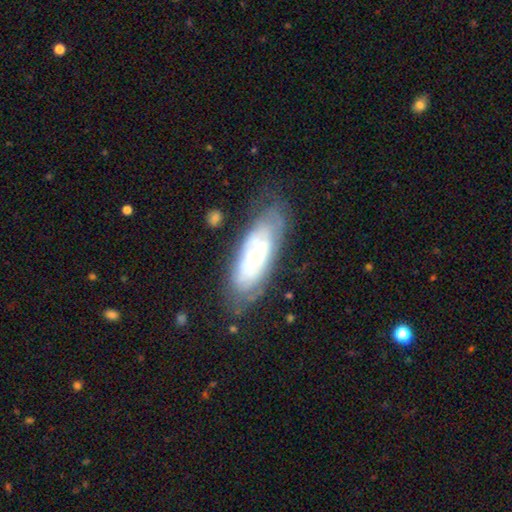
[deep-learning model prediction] smooth_or_featured: featured or disk (p=0.68) [alt: smooth p=0.26]
disk_edge_on: no (p=0.86) [alt: yes p=0.14]
bar: no (p=0.77) [alt: weak p=0.17]
has_spiral_arms: yes (p=0.62) [alt: no p=0.38]
bulge_size: moderate (p=0.49) [alt: small p=0.44]
merging: none (p=0.66) [alt: minor disturbance p=0.22]